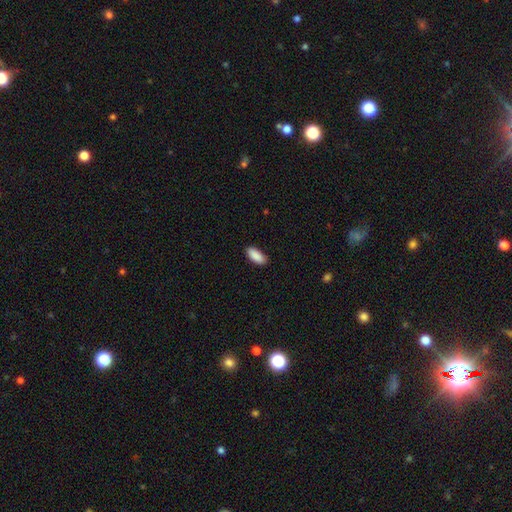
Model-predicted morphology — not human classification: smooth 91%, star or artifact 6%, featured or disk 3%. Down the decision tree: how rounded — in between (87%); merging — none (88%).